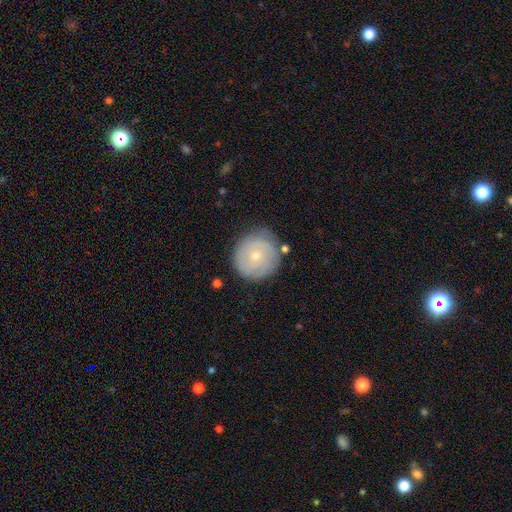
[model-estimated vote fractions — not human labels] The model was most divided on "smooth or featured": featured or disk: 55%, smooth: 39%, star or artifact: 7%. More confident: edge-on disk — no (97%); merging — none (76%); spiral arms — yes (76%); bar — no (75%); bulge size — small (70%).